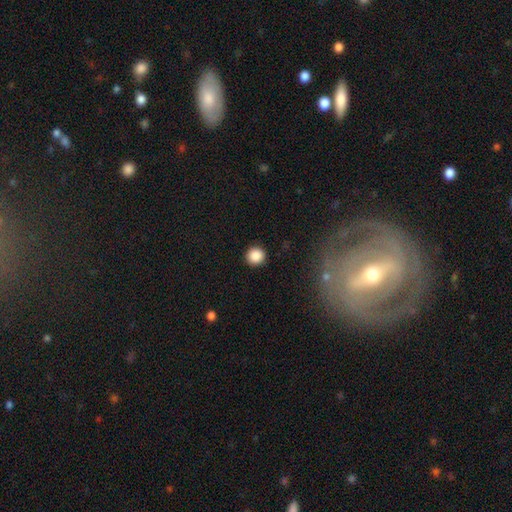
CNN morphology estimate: Smooth or featured: smooth — 87% (star or artifact — 10%)
How rounded: round — 94% (in between — 5%)
Merging: none — 92% (minor disturbance — 5%)